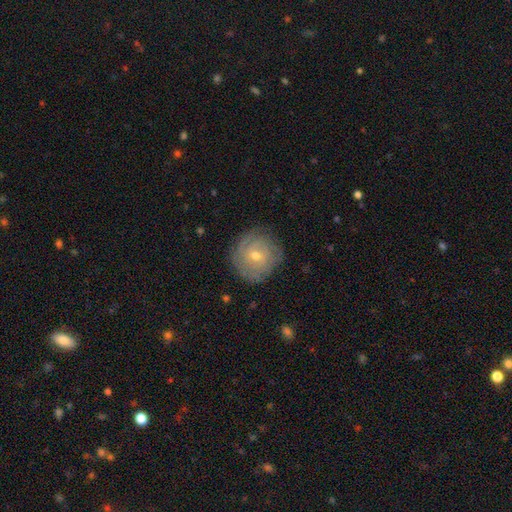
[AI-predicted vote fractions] Smooth or featured: featured or disk — 65% (smooth — 26%)
Edge-on disk: no — 96% (yes — 4%)
Bar: no — 68% (weak — 27%)
Spiral arms: yes — 85% (no — 15%)
Spiral winding: tight — 76% (medium — 19%)
Spiral arm count: can't tell — 51% (2 — 17%)
Bulge size: small — 53% (moderate — 44%)
Merging: none — 82% (minor disturbance — 13%)